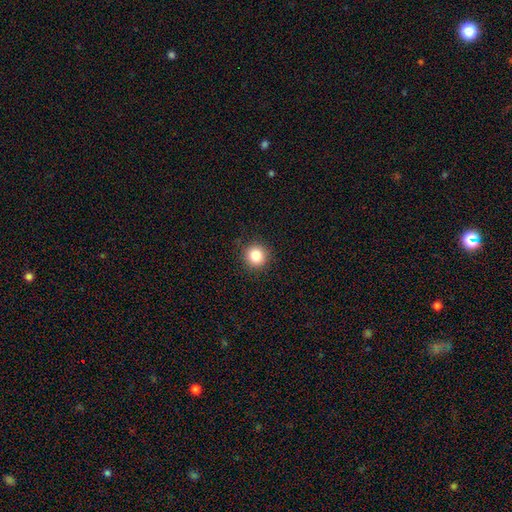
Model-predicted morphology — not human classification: smooth-or-featured: smooth: 84% | star or artifact: 11% | featured or disk: 5%
  how-rounded: round: 94% | in between: 5% | cigar-shaped: 1%
  merging: none: 91% | minor disturbance: 6% | major disturbance: 2% | merger: 1%